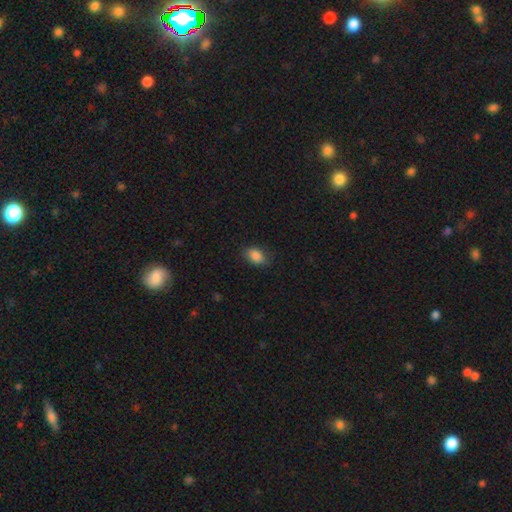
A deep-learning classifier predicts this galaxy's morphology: Smooth or featured: smooth — 87% (star or artifact — 8%)
How rounded: in between — 86% (round — 12%)
Merging: none — 80% (minor disturbance — 16%)